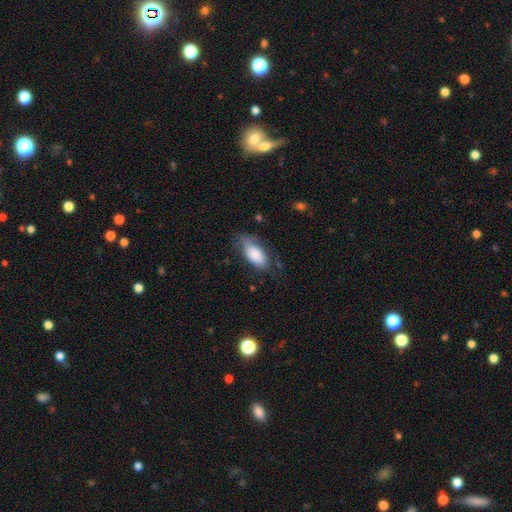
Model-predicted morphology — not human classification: Smooth or featured?
  - smooth: 78% *
  - featured or disk: 15%
  - star or artifact: 6%
How rounded?
  - in between: 90% *
  - cigar-shaped: 7%
  - round: 3%
Merging?
  - none: 53% *
  - minor disturbance: 31%
  - major disturbance: 14%
  - merger: 2%